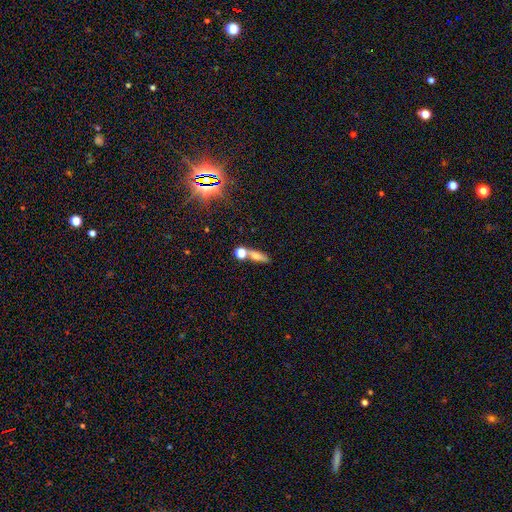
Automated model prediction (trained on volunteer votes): smooth-or-featured: smooth: 66% | featured or disk: 20% | star or artifact: 14%
  how-rounded: cigar-shaped: 53% | in between: 36% | round: 11%
  merging: none: 60% | merger: 22% | minor disturbance: 12% | major disturbance: 5%